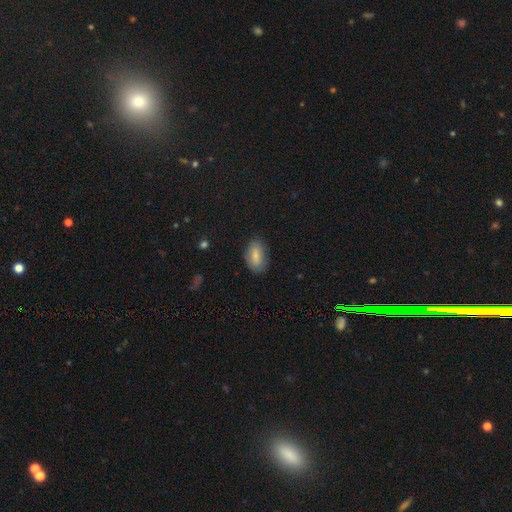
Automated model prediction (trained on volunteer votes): A smooth galaxy with no disk features (81%) that is in between round and cigar-shaped (92%).

Vote fractions:
- Smooth or featured? smooth: 81% / featured or disk: 12% / star or artifact: 7%
- How rounded? in between: 92% / round: 5% / cigar-shaped: 3%
- Merging? none: 79% / minor disturbance: 16% / major disturbance: 4% / merger: 1%